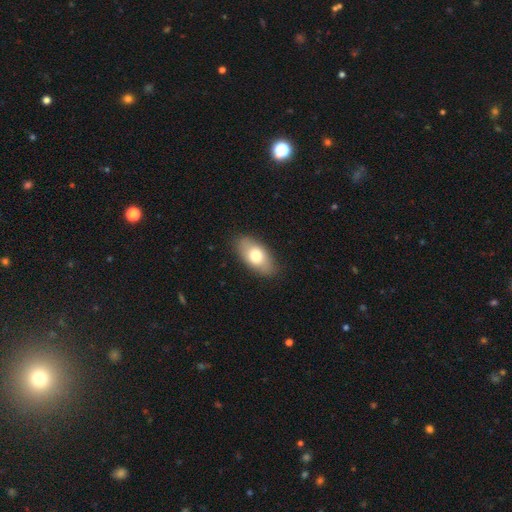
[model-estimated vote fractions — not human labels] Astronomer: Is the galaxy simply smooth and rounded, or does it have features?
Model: smooth — 73%.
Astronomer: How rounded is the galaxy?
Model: in between — 91%.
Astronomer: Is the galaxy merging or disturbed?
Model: none — 86%.